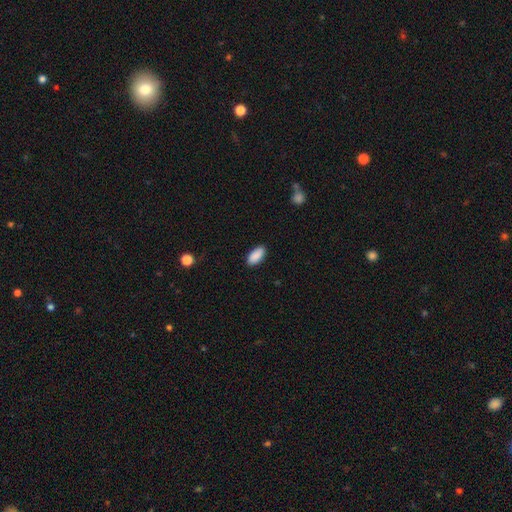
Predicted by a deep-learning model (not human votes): Smooth or featured?
  - smooth: 91% *
  - star or artifact: 6%
  - featured or disk: 3%
How rounded?
  - in between: 92% *
  - cigar-shaped: 6%
  - round: 2%
Merging?
  - none: 89% *
  - minor disturbance: 8%
  - major disturbance: 2%
  - merger: 1%